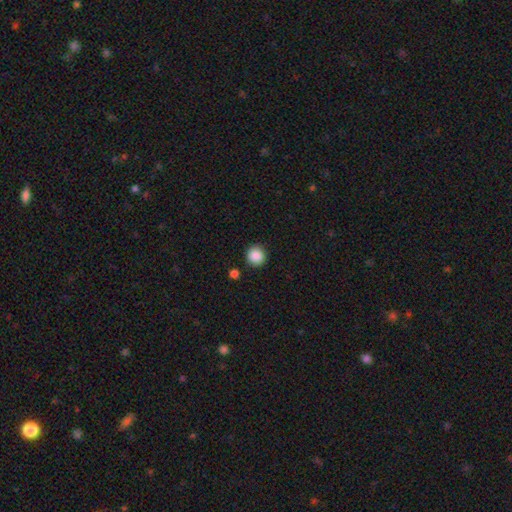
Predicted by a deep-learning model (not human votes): smooth 88%, star or artifact 9%, featured or disk 3%. Down the decision tree: how rounded — round (93%); merging — none (88%).